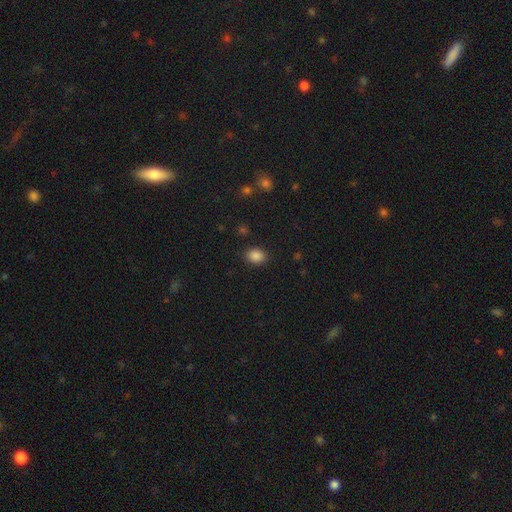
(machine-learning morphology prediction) This appears to be a smooth galaxy with no disk features (86%) that is in between round and cigar-shaped (60%). Merging: none (88%).